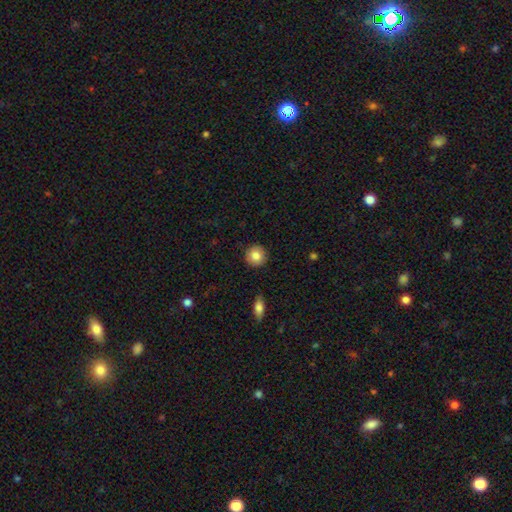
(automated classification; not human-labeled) The model was most divided on "smooth or featured": smooth: 84%, featured or disk: 8%, star or artifact: 8%. More confident: how rounded — round (93%); merging — none (91%).